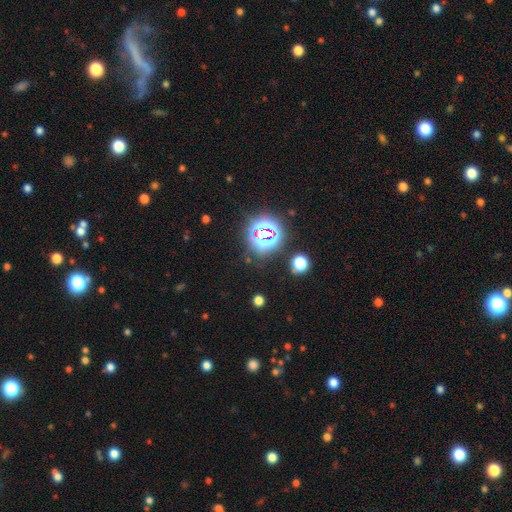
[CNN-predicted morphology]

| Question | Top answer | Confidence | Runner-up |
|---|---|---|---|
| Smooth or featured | star or artifact | 77% | smooth (16%) |